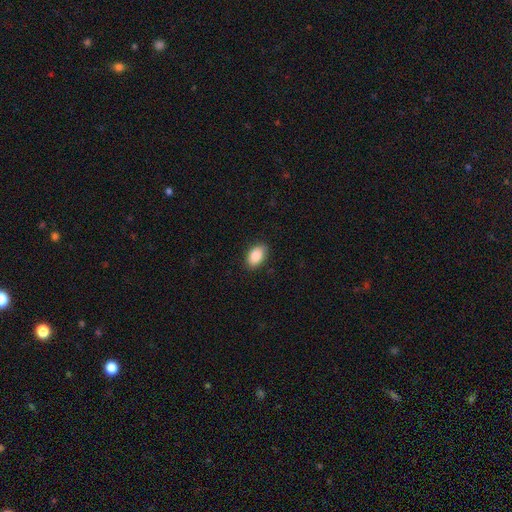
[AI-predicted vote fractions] This is clearly a smooth galaxy (88%). How rounded: clearly in between (90%). Merging: clearly none (87%).